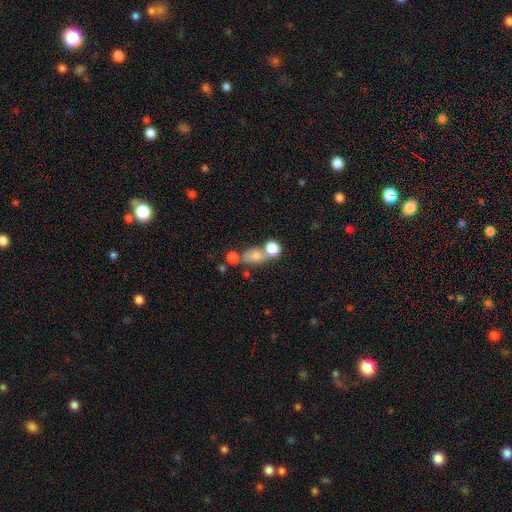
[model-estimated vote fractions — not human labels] A smooth galaxy with no disk features (68%) that is in between round and cigar-shaped (54%).

Vote fractions:
- Smooth or featured? smooth: 68% / featured or disk: 18% / star or artifact: 14%
- How rounded? in between: 54% / round: 41% / cigar-shaped: 4%
- Merging? none: 41% / merger: 40% / minor disturbance: 12% / major disturbance: 7%